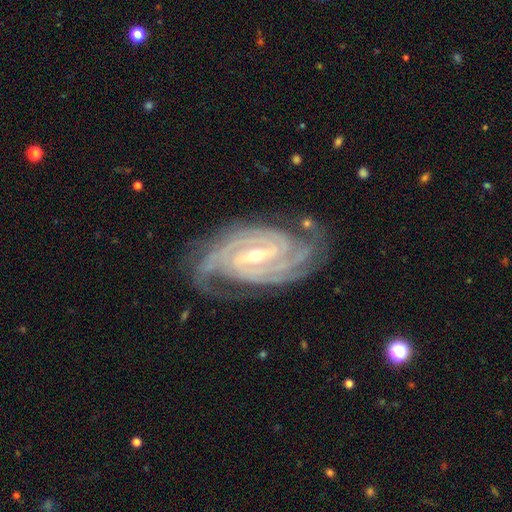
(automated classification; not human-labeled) Smooth or featured? Predicted: featured or disk (p=0.93). Edge-on disk? Predicted: no (p=0.97). Bar? Predicted: strong (p=0.44). Spiral arms? Predicted: yes (p=0.99). Spiral winding? Predicted: tight (p=0.76). Spiral arm count? Predicted: 4 (p=0.30). Bulge size? Predicted: small (p=0.58). Merging? Predicted: none (p=0.77).